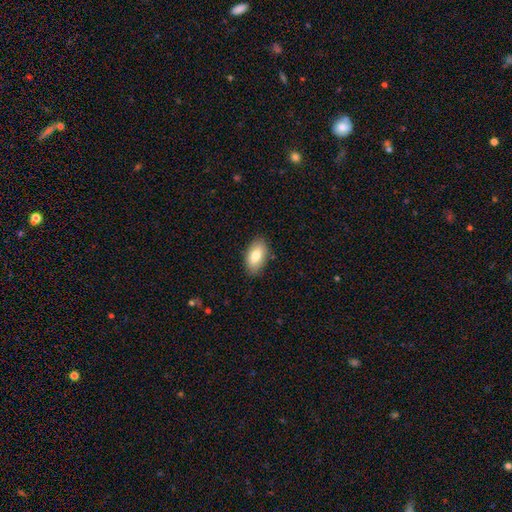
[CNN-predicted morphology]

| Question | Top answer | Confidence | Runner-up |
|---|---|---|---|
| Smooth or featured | smooth | 80% | featured or disk (14%) |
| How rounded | in between | 93% | round (4%) |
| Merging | none | 84% | minor disturbance (13%) |